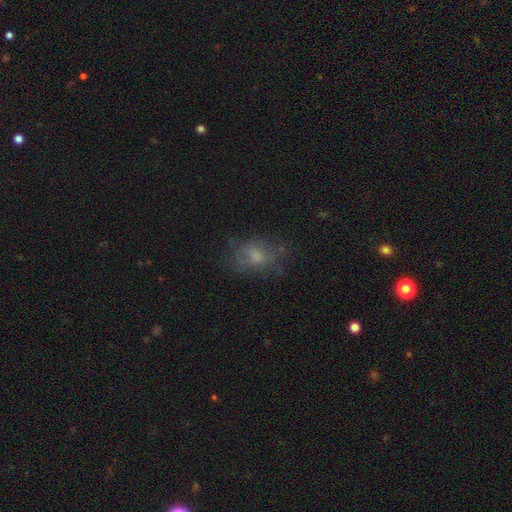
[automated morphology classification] Smooth or featured: smooth — 58% (featured or disk — 28%)
How rounded: in between — 72% (round — 25%)
Merging: none — 57% (minor disturbance — 22%)